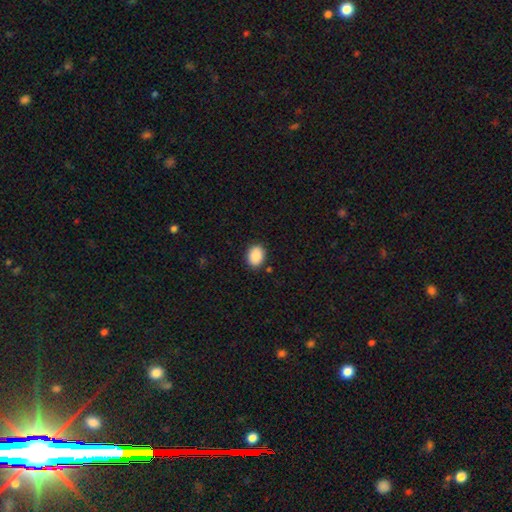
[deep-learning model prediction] smooth 90%, star or artifact 7%, featured or disk 3%. Down the decision tree: how rounded — in between (63%); merging — none (87%).